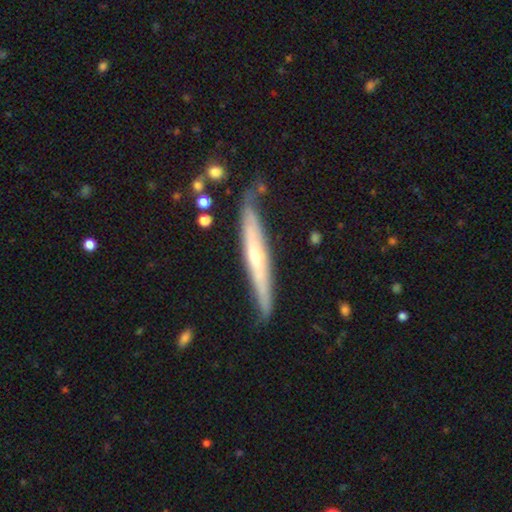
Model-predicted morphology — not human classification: Smooth or featured? featured or disk (62%)
Edge-on disk? yes (89%)
Edge-on bulge? rounded (60%)
Merging? none (75%)